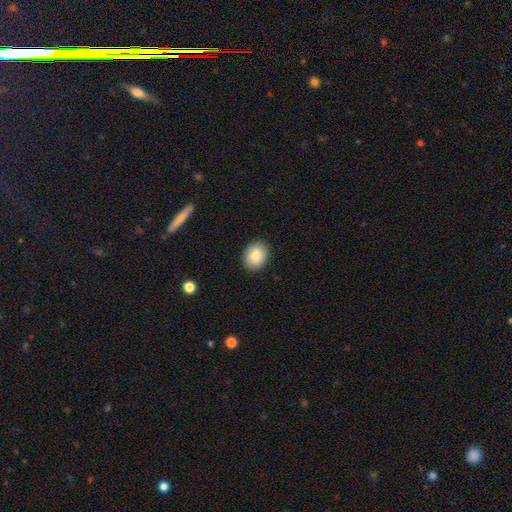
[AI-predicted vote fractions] Smooth or featured: smooth — 85% (star or artifact — 7%)
How rounded: in between — 57% (round — 42%)
Merging: none — 88% (minor disturbance — 9%)